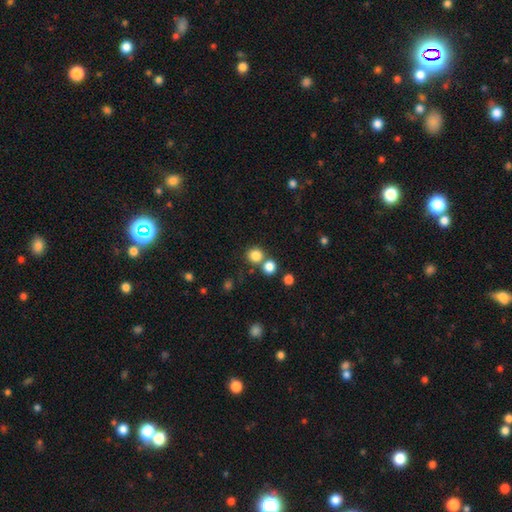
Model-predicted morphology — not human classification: This is clearly a smooth galaxy (82%). How rounded: clearly round (90%). Merging: likely none (65%).